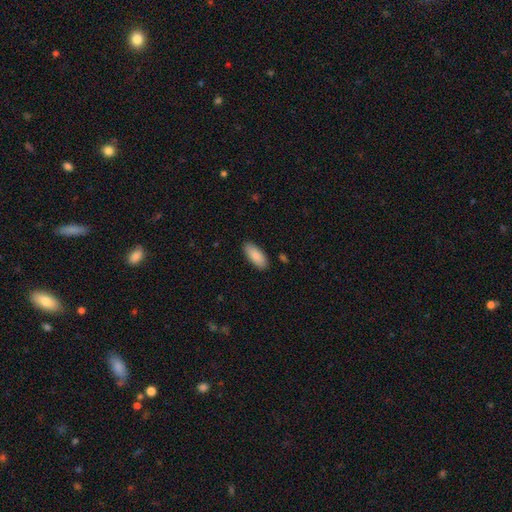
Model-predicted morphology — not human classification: Smooth or featured?
  - smooth: 89% *
  - star or artifact: 6%
  - featured or disk: 5%
How rounded?
  - in between: 85% *
  - cigar-shaped: 14%
  - round: 2%
Merging?
  - none: 88% *
  - minor disturbance: 9%
  - major disturbance: 2%
  - merger: 1%